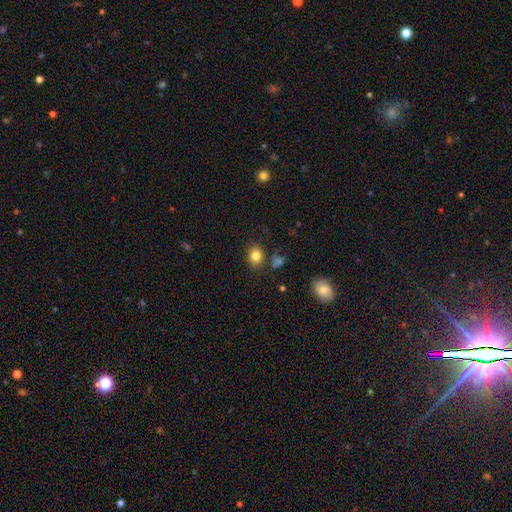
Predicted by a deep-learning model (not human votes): Morphology: type=smooth (81%); roundness=round (57%); merging=none (80%).